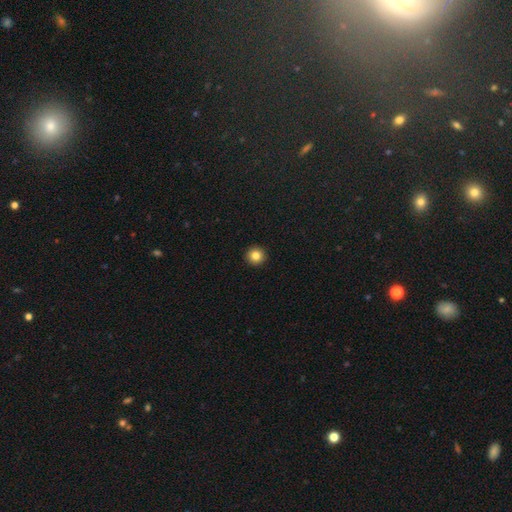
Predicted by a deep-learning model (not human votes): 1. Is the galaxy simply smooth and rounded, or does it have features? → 83% smooth, 11% star or artifact, 6% featured or disk.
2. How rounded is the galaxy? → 95% round, 4% in between, 1% cigar-shaped.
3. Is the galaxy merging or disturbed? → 94% none, 4% minor disturbance, 1% major disturbance, 1% merger.